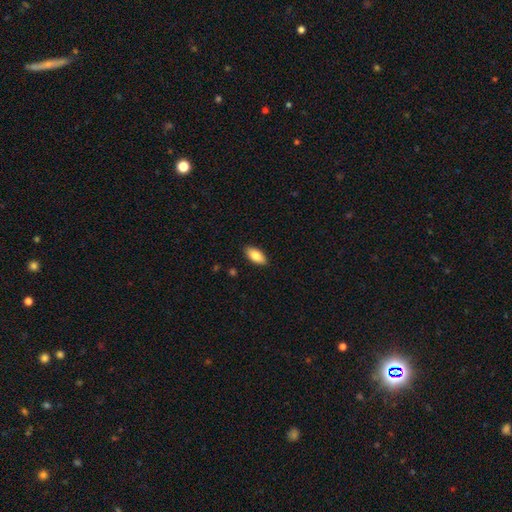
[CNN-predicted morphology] Smooth or featured: smooth — 84% (featured or disk — 10%)
How rounded: in between — 90% (cigar-shaped — 8%)
Merging: none — 89% (minor disturbance — 8%)